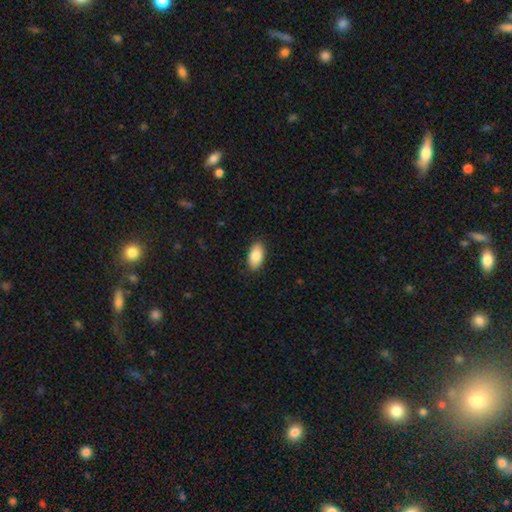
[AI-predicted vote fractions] Smooth or featured: smooth — 86% (featured or disk — 8%)
How rounded: in between — 94% (round — 3%)
Merging: none — 88% (minor disturbance — 9%)